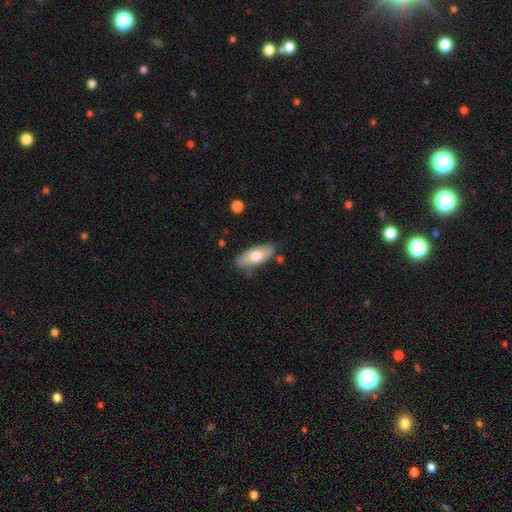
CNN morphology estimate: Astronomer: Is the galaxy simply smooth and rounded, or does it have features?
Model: smooth — 68%.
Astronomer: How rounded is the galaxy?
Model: in between — 77%.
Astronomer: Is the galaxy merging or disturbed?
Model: none — 79%.